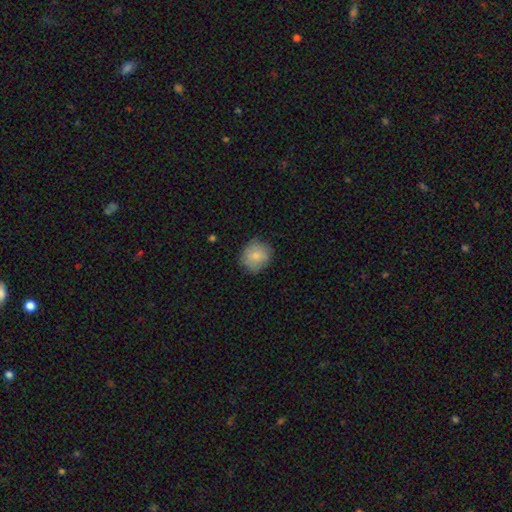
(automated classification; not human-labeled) The model was most divided on "merging": none: 77%, minor disturbance: 18%, major disturbance: 4%, merger: 1%. More confident: how rounded — round (83%); smooth or featured — smooth (80%).